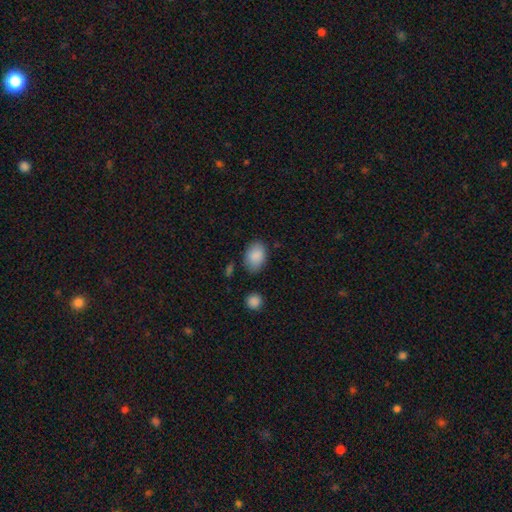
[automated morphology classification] smooth 88%, star or artifact 7%, featured or disk 5%. Down the decision tree: how rounded — in between (83%); merging — none (76%).